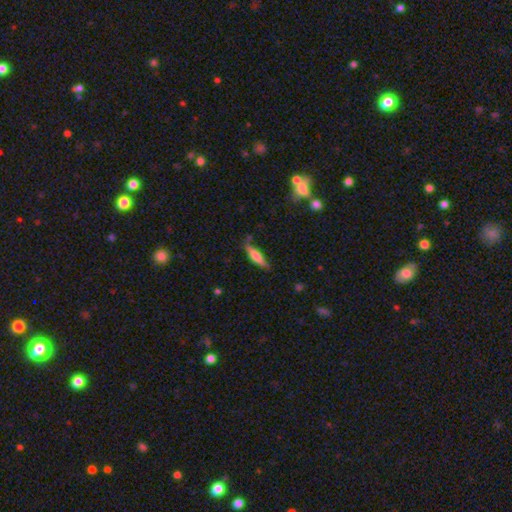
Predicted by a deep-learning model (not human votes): Morphology: type=smooth (59%); roundness=cigar-shaped (74%); merging=none (75%).